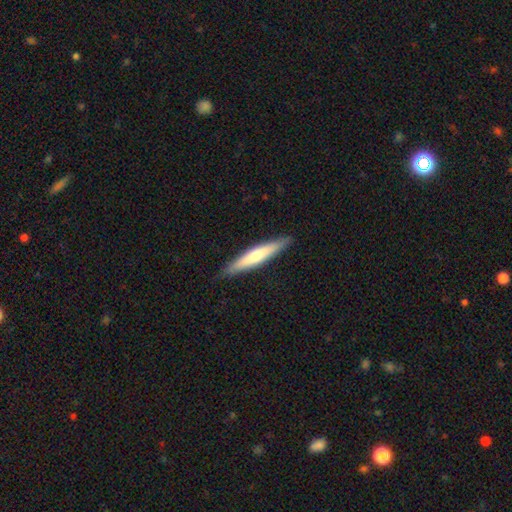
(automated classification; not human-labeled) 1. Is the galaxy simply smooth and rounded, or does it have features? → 52% smooth, 42% featured or disk, 5% star or artifact.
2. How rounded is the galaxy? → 92% cigar-shaped, 7% in between, 1% round.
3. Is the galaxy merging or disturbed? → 89% none, 8% minor disturbance, 1% major disturbance, 1% merger.